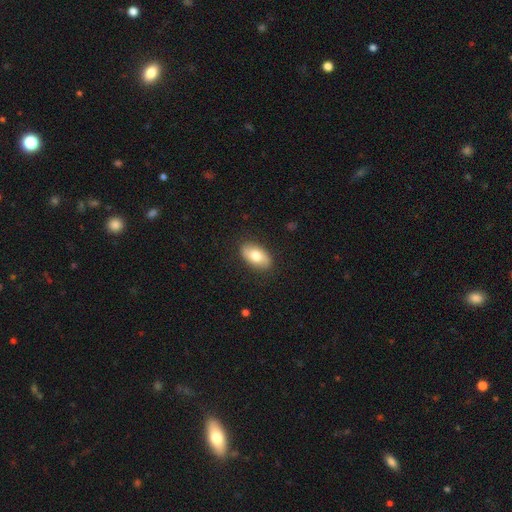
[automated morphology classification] Smooth or featured? Predicted: smooth (p=0.74). How rounded? Predicted: in between (p=0.93). Merging? Predicted: none (p=0.86).